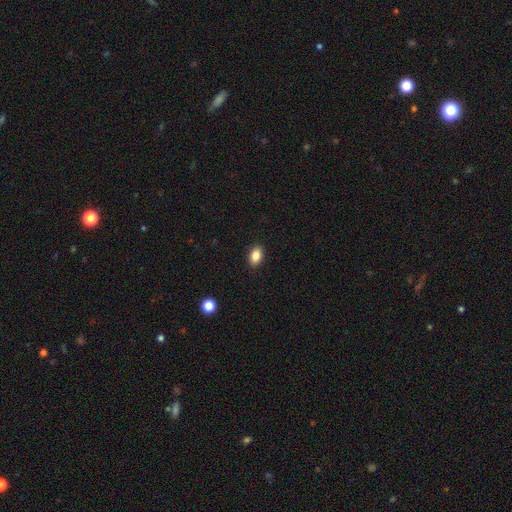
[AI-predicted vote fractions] Q: Smooth or featured?
A: smooth (86%); runner-up: star or artifact (8%)
Q: How rounded?
A: in between (88%); runner-up: round (10%)
Q: Merging?
A: none (90%); runner-up: minor disturbance (8%)